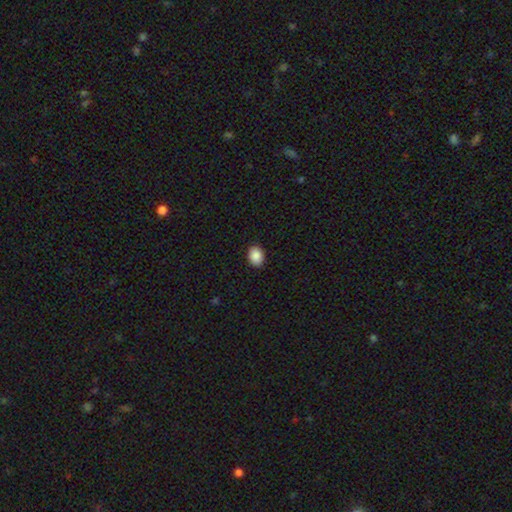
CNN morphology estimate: A smooth galaxy with no disk features (89%) that is in between round and cigar-shaped (66%). Merging: none (90%).